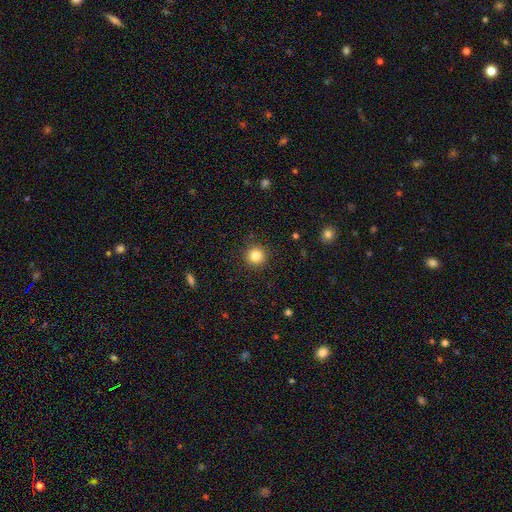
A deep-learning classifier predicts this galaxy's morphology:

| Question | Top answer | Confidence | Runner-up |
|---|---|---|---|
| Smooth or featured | smooth | 84% | star or artifact (11%) |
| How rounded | round | 95% | in between (4%) |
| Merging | none | 91% | minor disturbance (6%) |